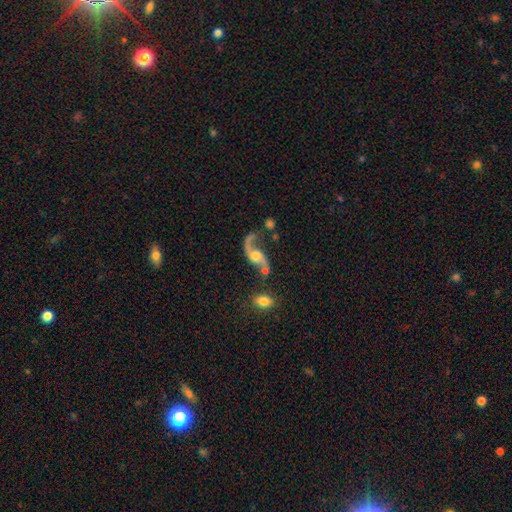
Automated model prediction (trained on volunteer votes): Morphology: type=featured or disk (86%); edge-on=no (96%); bar=no (61%); spiral arms=yes (94%); winding=loose (87%); arm count=2 (89%); bulge=moderate (60%); merging=none (49%).